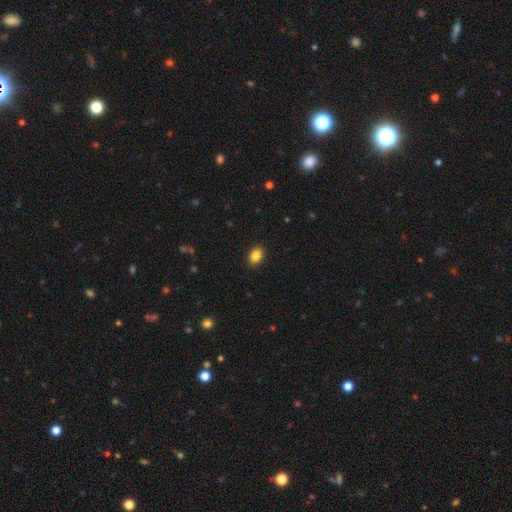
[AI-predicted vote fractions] smooth-or-featured: smooth: 86% | star or artifact: 9% | featured or disk: 5%
  how-rounded: in between: 80% | round: 19% | cigar-shaped: 1%
  merging: none: 90% | minor disturbance: 7% | major disturbance: 2% | merger: 1%